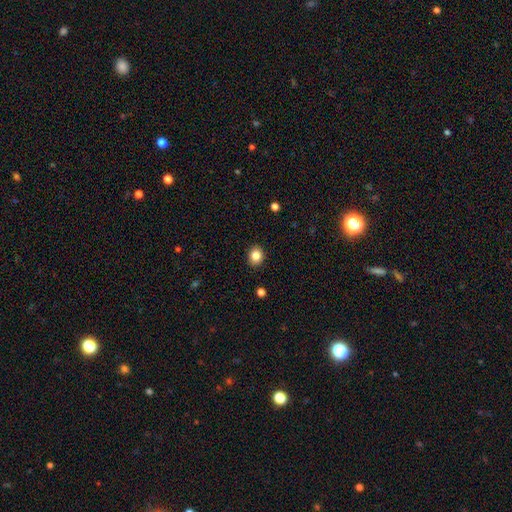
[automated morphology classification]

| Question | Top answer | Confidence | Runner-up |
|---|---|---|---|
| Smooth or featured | smooth | 84% | star or artifact (10%) |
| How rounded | round | 66% | in between (33%) |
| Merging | none | 91% | minor disturbance (7%) |